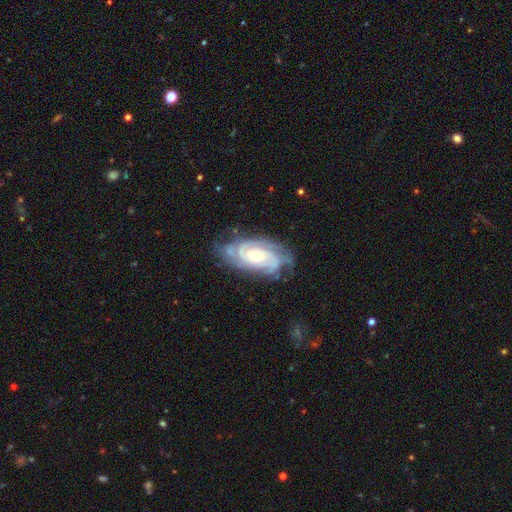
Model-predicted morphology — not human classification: Smooth or featured? featured or disk (89%)
Edge-on disk? no (96%)
Bar? no (63%)
Spiral arms? yes (98%)
Spiral winding? tight (72%)
Spiral arm count? 2 (29%)
Bulge size? small (48%)
Merging? none (73%)